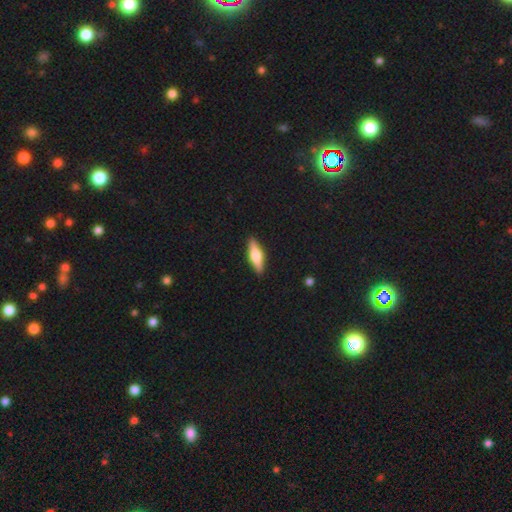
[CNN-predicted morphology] This appears to be a featured or disk galaxy (48%). Merging: none (90%).